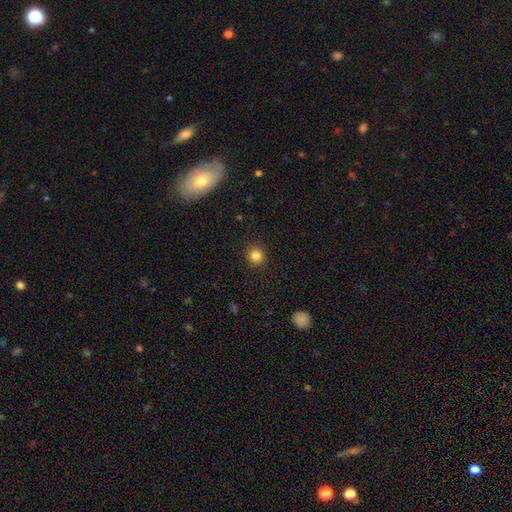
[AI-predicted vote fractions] smooth 84%, star or artifact 11%, featured or disk 5%. Down the decision tree: how rounded — round (90%); merging — none (90%).